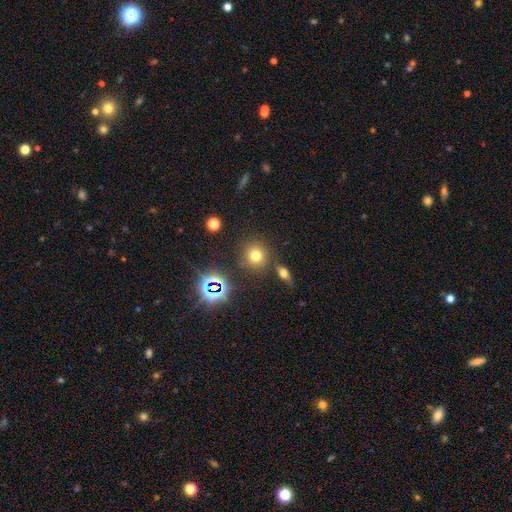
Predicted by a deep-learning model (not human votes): Smooth or featured: smooth — 68% (star or artifact — 23%)
How rounded: round — 89% (in between — 10%)
Merging: none — 81% (minor disturbance — 8%)